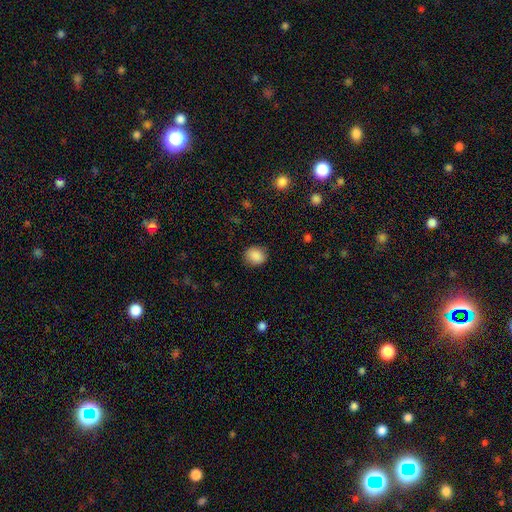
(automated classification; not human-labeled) smooth 88%, star or artifact 8%, featured or disk 4%. Down the decision tree: how rounded — round (67%); merging — none (84%).